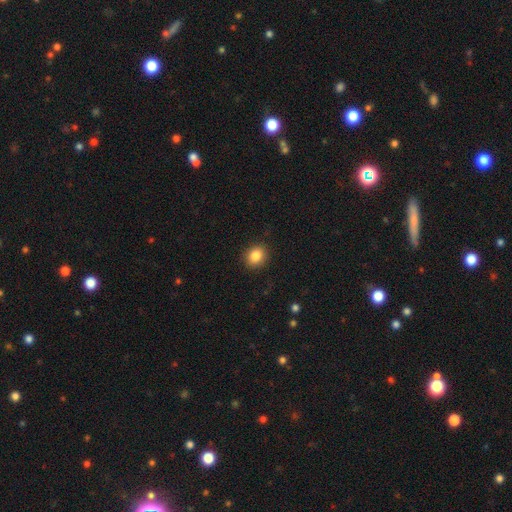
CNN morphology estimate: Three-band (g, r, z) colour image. It shows a smooth galaxy with no disk features (85%) that is round (67%). Merging: none (89%).